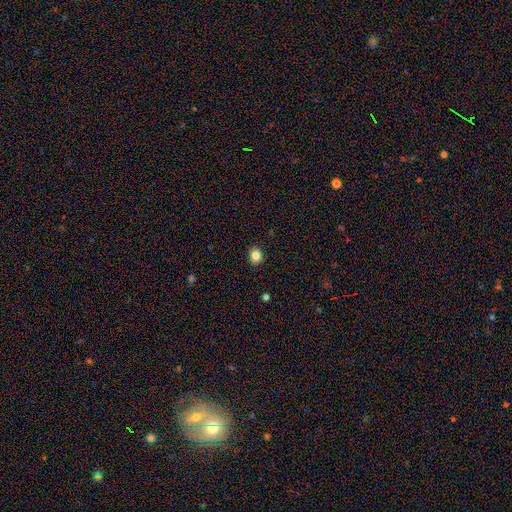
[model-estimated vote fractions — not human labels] This appears to be a smooth galaxy with no disk features (84%) that is round (69%). Merging: none (91%).